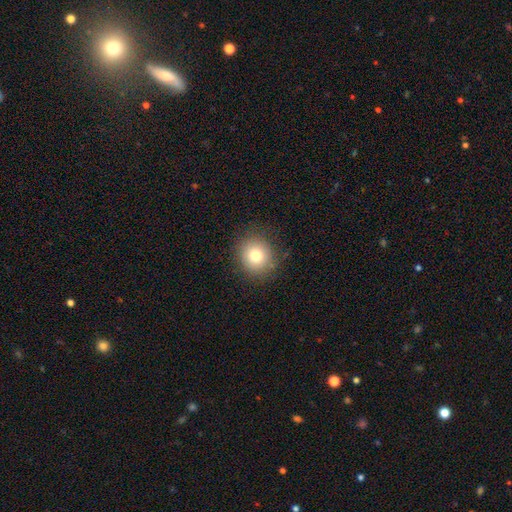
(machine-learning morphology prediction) smooth-or-featured: smooth: 77% | star or artifact: 12% | featured or disk: 11%
  how-rounded: round: 88% | in between: 11% | cigar-shaped: 1%
  merging: none: 86% | minor disturbance: 9% | major disturbance: 4% | merger: 1%